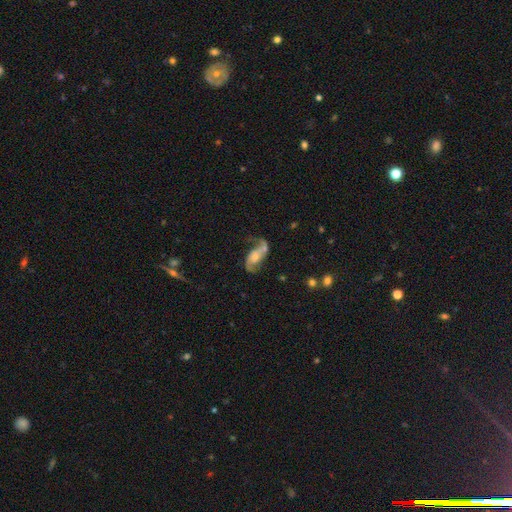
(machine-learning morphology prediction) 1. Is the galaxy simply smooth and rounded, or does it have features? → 77% featured or disk, 16% smooth, 7% star or artifact.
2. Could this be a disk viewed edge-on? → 96% no, 4% yes.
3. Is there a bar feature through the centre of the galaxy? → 54% no, 33% weak, 12% strong.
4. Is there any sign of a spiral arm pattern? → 92% yes, 8% no.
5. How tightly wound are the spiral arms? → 65% loose, 27% medium, 8% tight.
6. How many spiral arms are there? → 85% 2, 9% 1, 3% can't tell, 1% 3, 1% 4, 1% more than 4.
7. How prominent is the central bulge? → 38% moderate (tied), 38% small (tied), 11% none, 10% large, 2% dominant.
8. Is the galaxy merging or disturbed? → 45% none, 23% major disturbance, 20% minor disturbance, 12% merger.